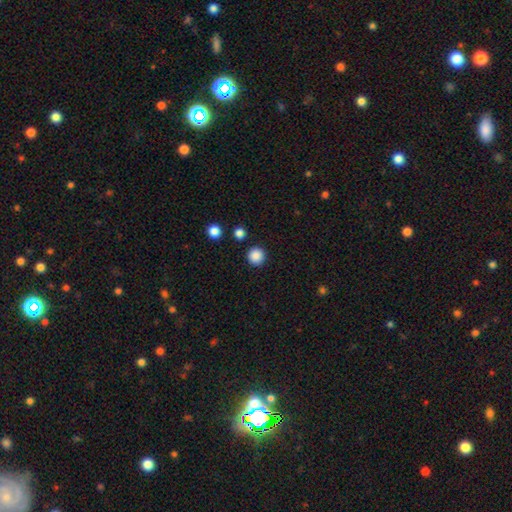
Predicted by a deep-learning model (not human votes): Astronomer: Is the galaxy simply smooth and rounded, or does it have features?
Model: smooth — 87%.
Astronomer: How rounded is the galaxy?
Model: round — 96%.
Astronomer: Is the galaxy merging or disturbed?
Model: none — 91%.